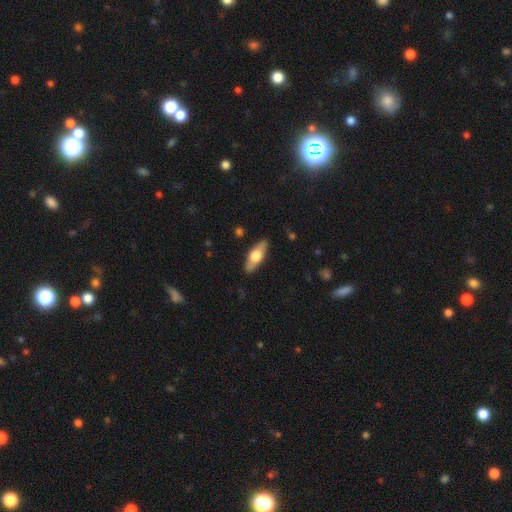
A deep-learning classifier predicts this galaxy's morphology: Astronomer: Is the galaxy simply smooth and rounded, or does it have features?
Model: smooth — 55% (runner-up: featured or disk, 40%).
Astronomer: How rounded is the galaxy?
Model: in between — 64%.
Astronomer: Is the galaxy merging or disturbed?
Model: none — 87%.